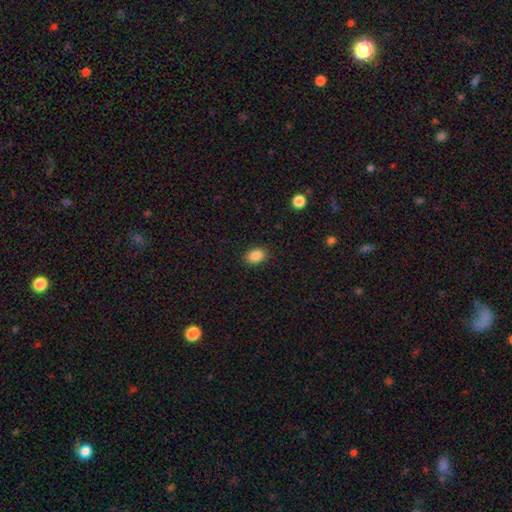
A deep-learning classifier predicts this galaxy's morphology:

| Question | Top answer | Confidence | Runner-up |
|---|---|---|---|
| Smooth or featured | smooth | 88% | star or artifact (8%) |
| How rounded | in between | 83% | round (16%) |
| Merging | none | 89% | minor disturbance (8%) |